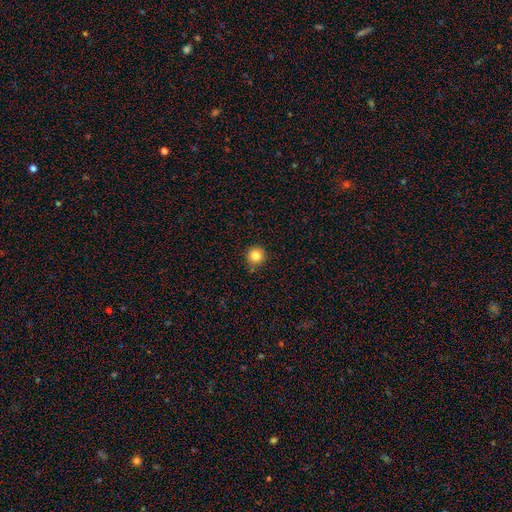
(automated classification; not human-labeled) Smooth or featured? smooth (84%)
How rounded? round (95%)
Merging? none (84%)